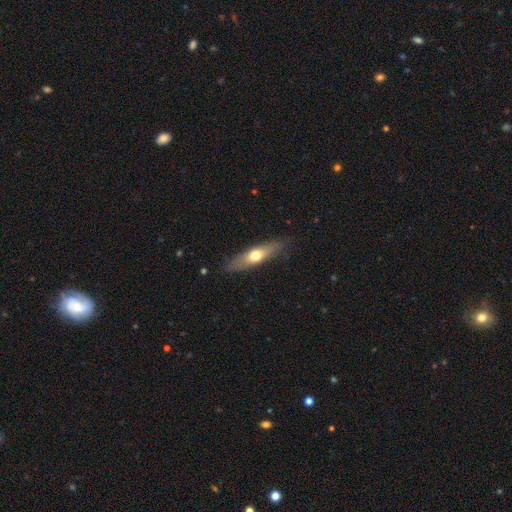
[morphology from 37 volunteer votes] featured or disk 51%, smooth 43%, star or artifact 5%. Down the decision tree: edge-on disk — yes (68%); edge-on bulge — rounded (85%); merging — none (83%).